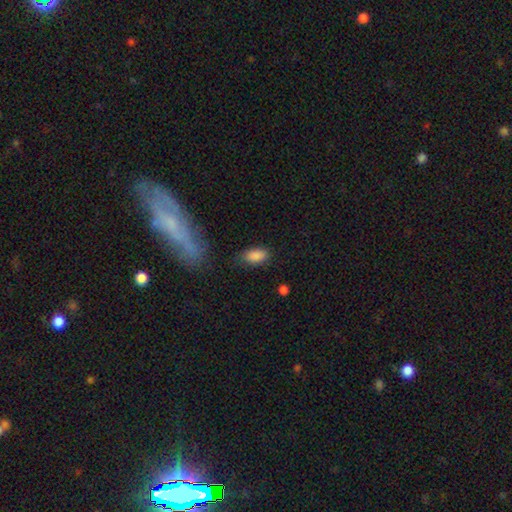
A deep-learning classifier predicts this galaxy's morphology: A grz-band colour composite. It shows a smooth galaxy with no disk features (87%) that is in between round and cigar-shaped (92%). Merging: none (74%).